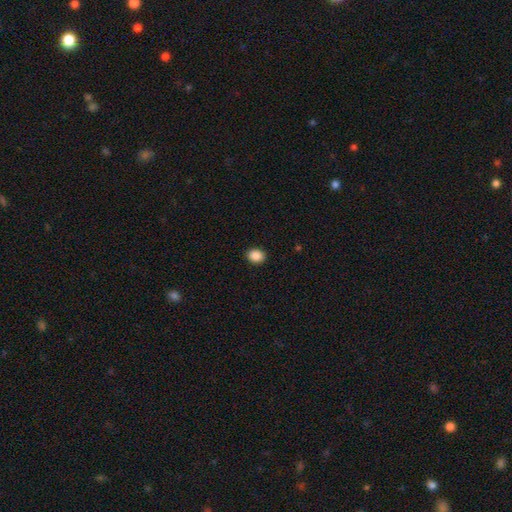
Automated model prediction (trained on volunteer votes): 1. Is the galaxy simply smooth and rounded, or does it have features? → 88% smooth, 9% star or artifact, 3% featured or disk.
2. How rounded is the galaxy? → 50% in between, 49% round, 1% cigar-shaped.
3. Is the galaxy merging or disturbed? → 91% none, 6% minor disturbance, 2% major disturbance, 1% merger.